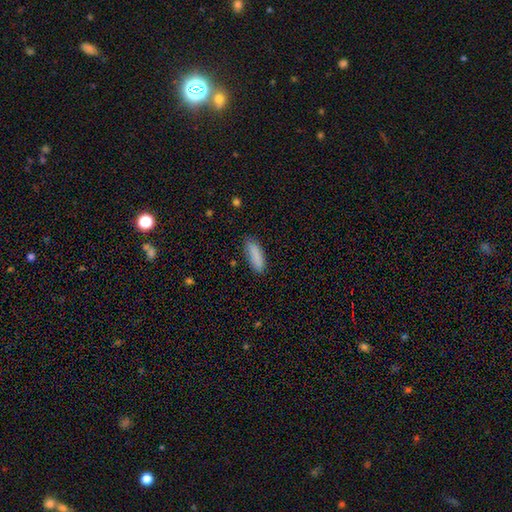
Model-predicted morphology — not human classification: Smooth or featured? smooth (87%)
How rounded? in between (54%)
Merging? none (80%)